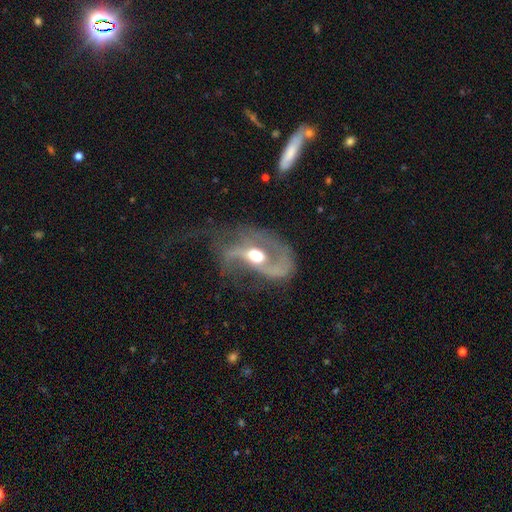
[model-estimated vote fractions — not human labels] smooth-or-featured: featured or disk: 79% | smooth: 14% | star or artifact: 7%
  disk-edge-on: no: 95% | yes: 5%
    bar: no: 50% | weak: 33% | strong: 17%
    has-spiral-arms: yes: 83% | no: 17%
      spiral-winding: loose: 50% | medium: 38% | tight: 12%
      spiral-arm-count: 2: 54% | 1: 28% | can't tell: 10% | 3: 5% | 4: 2% | more than 4: 2%
    bulge-size: moderate: 61% | large: 29% | small: 5% | dominant: 3% | none: 1%
  merging: major disturbance: 41% | none: 36% | minor disturbance: 19% | merger: 4%